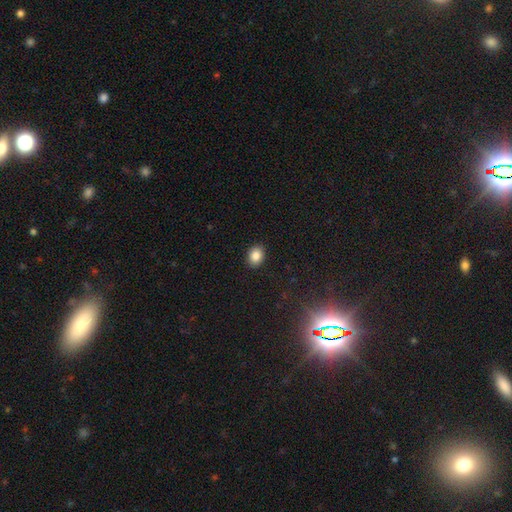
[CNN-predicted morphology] Smooth or featured?
  - smooth: 86% *
  - star or artifact: 9%
  - featured or disk: 5%
How rounded?
  - in between: 63% *
  - round: 36%
  - cigar-shaped: 1%
Merging?
  - none: 90% *
  - minor disturbance: 7%
  - major disturbance: 2%
  - merger: 1%